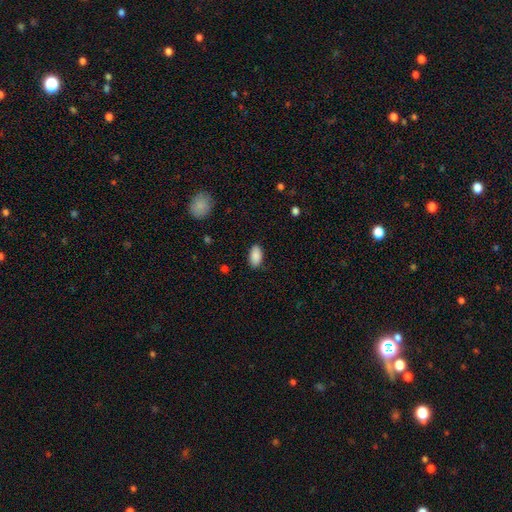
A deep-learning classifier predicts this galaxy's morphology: This is clearly a smooth galaxy (89%). How rounded: clearly in between (95%). Merging: clearly none (87%).